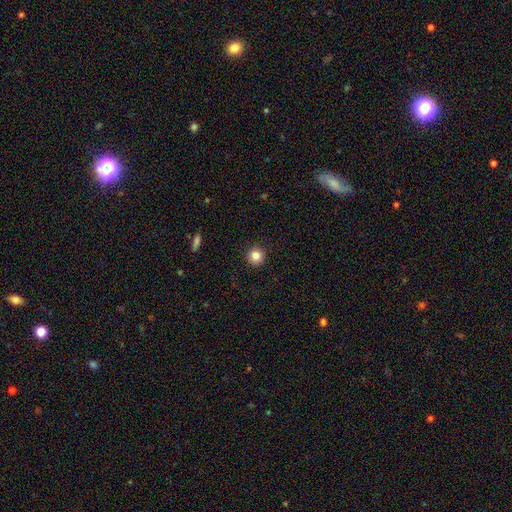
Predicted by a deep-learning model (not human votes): Smooth or featured? smooth (85%)
How rounded? round (95%)
Merging? none (92%)